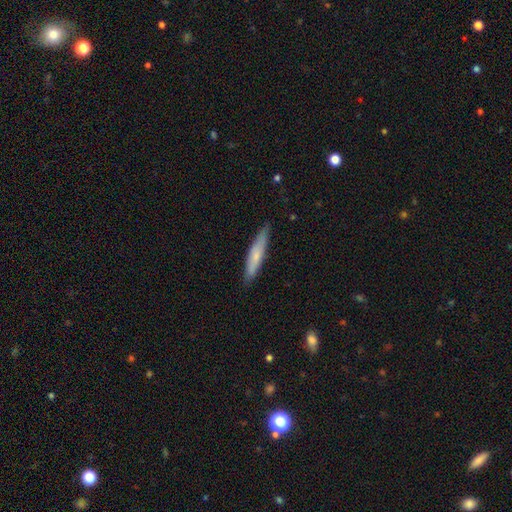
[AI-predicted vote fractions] Overall: smooth (64%; featured or disk 30%). How rounded: cigar-shaped (89%). Merging: none (83%).